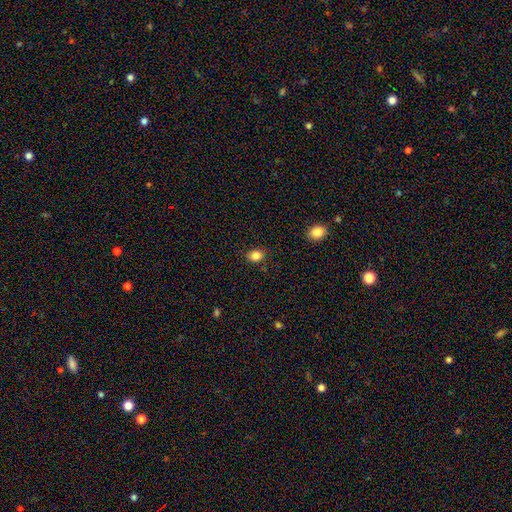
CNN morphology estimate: Smooth or featured?
  - smooth: 85% *
  - star or artifact: 11%
  - featured or disk: 4%
How rounded?
  - in between: 62% *
  - round: 37%
  - cigar-shaped: 1%
Merging?
  - none: 85% *
  - minor disturbance: 11%
  - major disturbance: 3%
  - merger: 2%